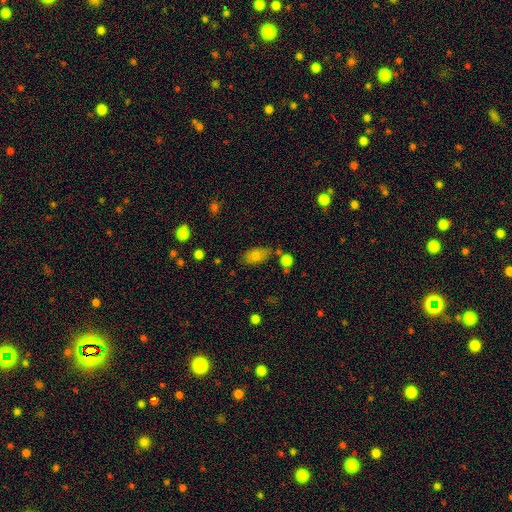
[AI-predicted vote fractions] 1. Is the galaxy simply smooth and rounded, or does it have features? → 78% smooth, 13% featured or disk, 9% star or artifact.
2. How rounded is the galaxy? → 89% in between, 8% round, 3% cigar-shaped.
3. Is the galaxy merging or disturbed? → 66% none, 19% minor disturbance, 10% merger, 5% major disturbance.